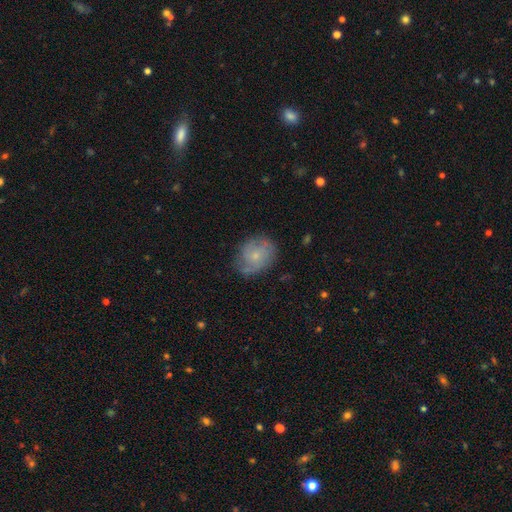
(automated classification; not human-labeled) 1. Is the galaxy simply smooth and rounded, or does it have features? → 52% featured or disk, 40% smooth, 8% star or artifact.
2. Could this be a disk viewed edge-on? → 97% no, 3% yes.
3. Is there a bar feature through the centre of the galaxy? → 81% no, 17% weak, 2% strong.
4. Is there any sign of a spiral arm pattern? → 80% yes, 20% no.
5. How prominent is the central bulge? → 70% small, 23% moderate, 4% none, 1% large, 1% dominant.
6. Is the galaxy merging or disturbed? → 68% none, 23% minor disturbance, 7% major disturbance, 2% merger.